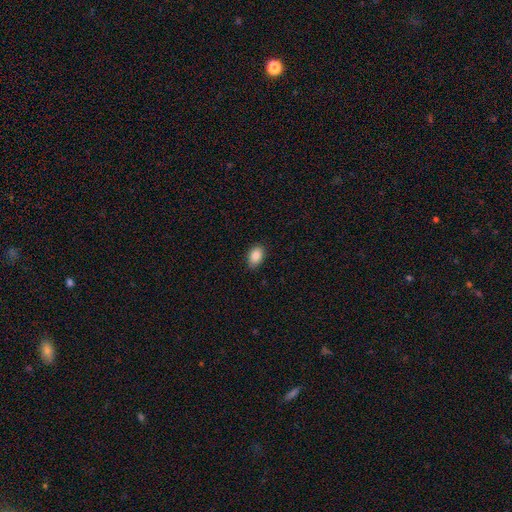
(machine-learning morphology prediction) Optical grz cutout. It shows a smooth galaxy with no disk features (87%) that is in between round and cigar-shaped (86%). Merging: none (85%).